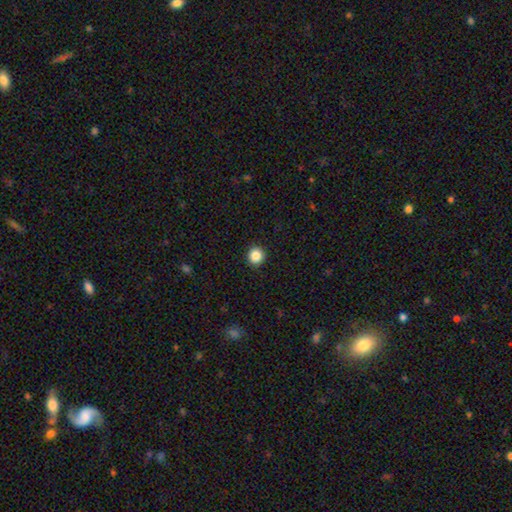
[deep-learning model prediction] smooth-or-featured: smooth: 86% | star or artifact: 10% | featured or disk: 4%
  how-rounded: round: 93% | in between: 6% | cigar-shaped: 1%
  merging: none: 93% | minor disturbance: 5% | major disturbance: 2% | merger: 1%